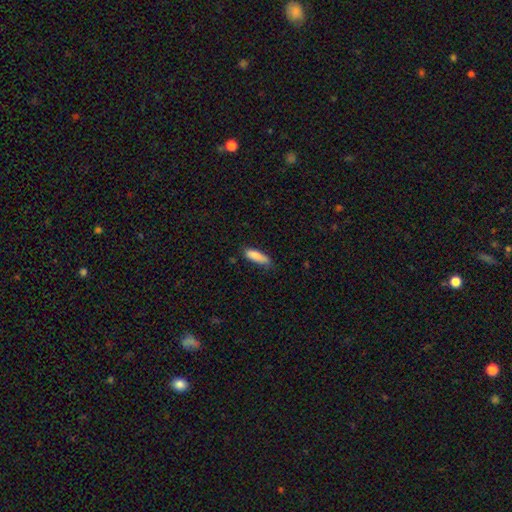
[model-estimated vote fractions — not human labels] This appears to be a smooth galaxy with no disk features (86%) that is cigar-shaped (52%). Merging: none (61%).